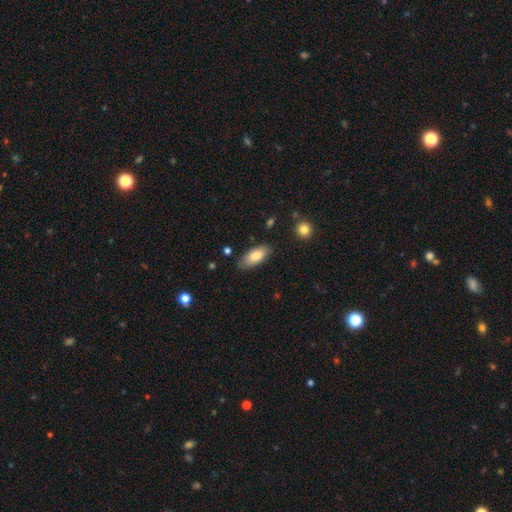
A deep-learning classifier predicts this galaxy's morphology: The model was most divided on "smooth or featured": smooth: 79%, featured or disk: 15%, star or artifact: 6%. More confident: how rounded — in between (87%); merging — none (82%).